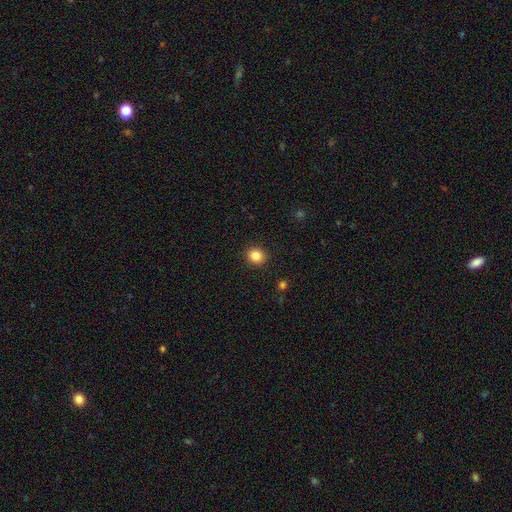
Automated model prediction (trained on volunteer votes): Overall: smooth (85%). How rounded: round (85%). Merging: none (91%).